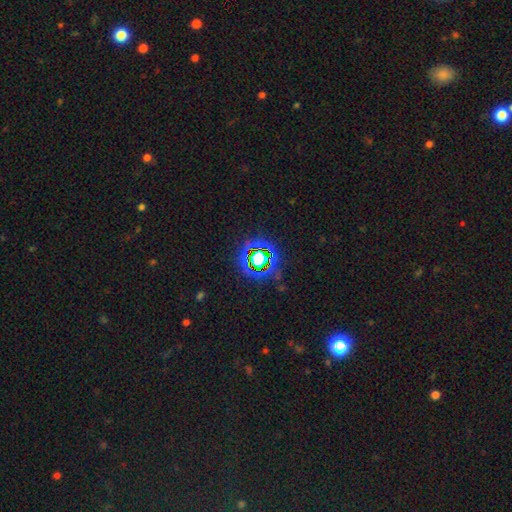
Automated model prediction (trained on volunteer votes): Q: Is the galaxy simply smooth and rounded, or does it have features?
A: star or artifact — 77%.